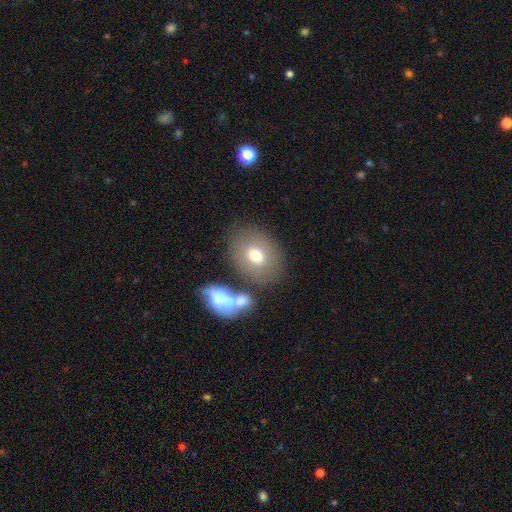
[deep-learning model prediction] Smooth or featured? smooth (72%)
How rounded? in between (56%)
Merging? none (63%)